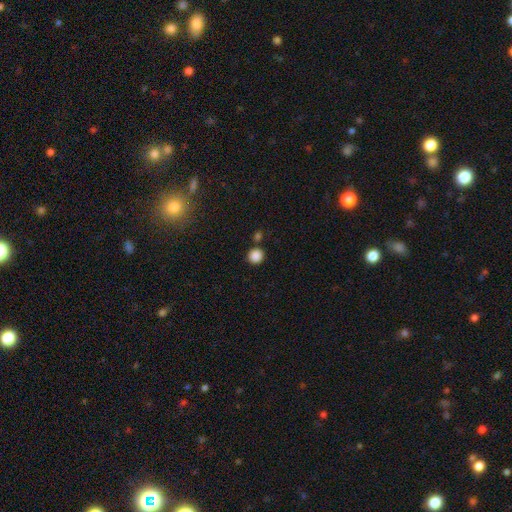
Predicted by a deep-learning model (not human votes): smooth 87%, star or artifact 10%, featured or disk 3%. Down the decision tree: how rounded — round (92%); merging — none (80%).